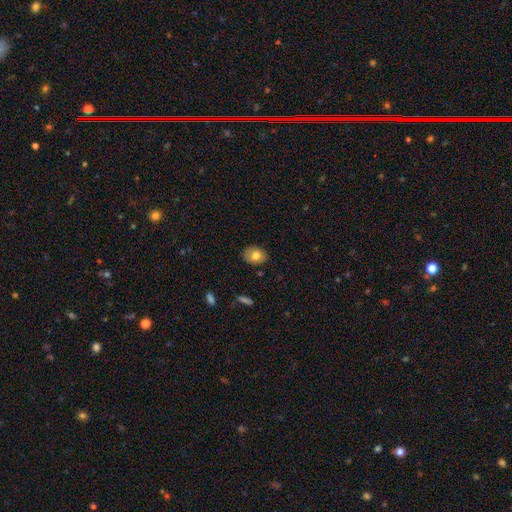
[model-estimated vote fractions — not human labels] Overall: smooth (74%). How rounded: in between (66%; round 33%). Merging: none (83%).